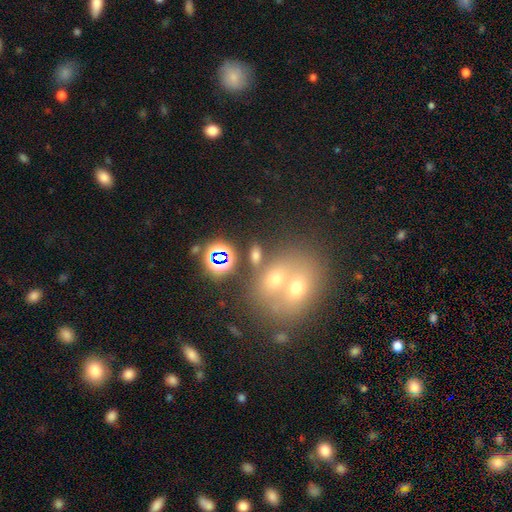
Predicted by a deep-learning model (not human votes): Smooth or featured? Predicted: smooth (p=0.60). How rounded? Predicted: in between (p=0.69). Merging? Predicted: none (p=0.54).